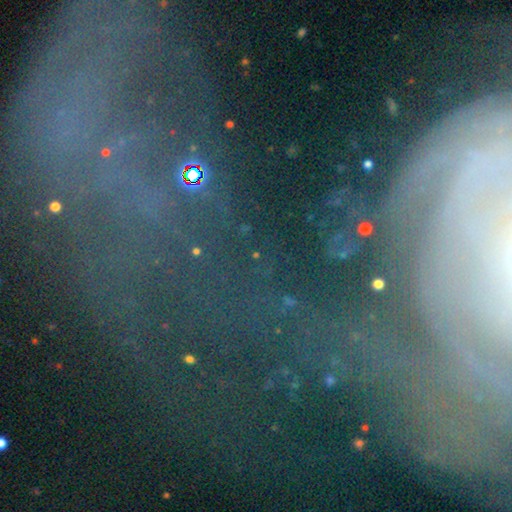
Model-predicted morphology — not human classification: smooth_or_featured: star or artifact (p=0.63) [alt: featured or disk p=0.19]